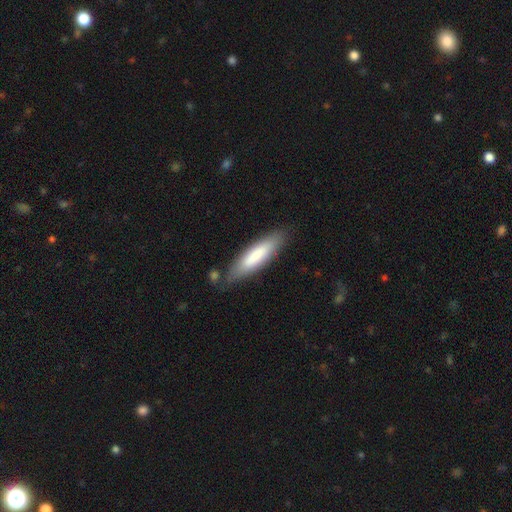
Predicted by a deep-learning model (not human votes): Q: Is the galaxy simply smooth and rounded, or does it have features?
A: smooth — 78%.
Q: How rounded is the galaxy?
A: cigar-shaped — 69%.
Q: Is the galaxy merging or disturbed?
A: none — 79%.